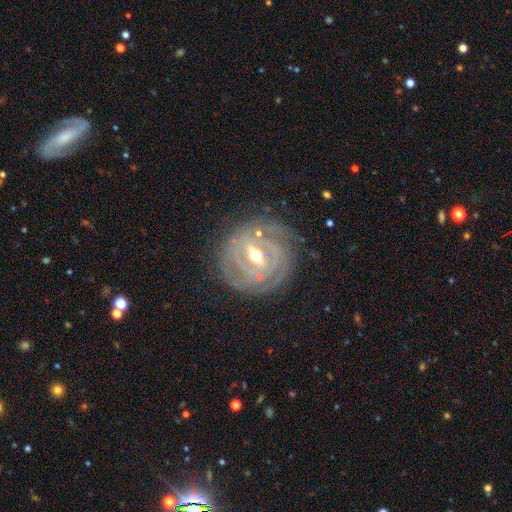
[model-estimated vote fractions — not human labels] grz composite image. It shows a featured or disk galaxy (88%) with a strong bar (56%), tight (82%) spiral arms (91%) and a moderate central bulge (65%). Merging: none (78%).